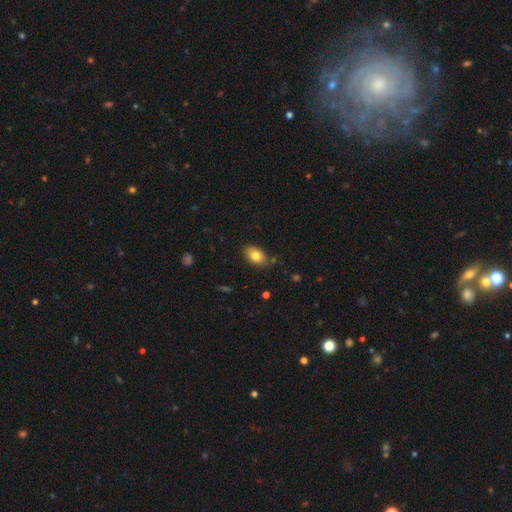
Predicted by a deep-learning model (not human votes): Smooth or featured: smooth — 81% (featured or disk — 11%)
How rounded: in between — 88% (round — 10%)
Merging: none — 83% (minor disturbance — 12%)